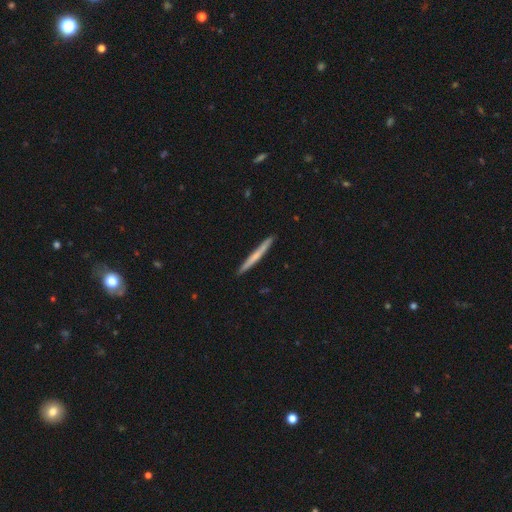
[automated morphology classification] type=smooth (57%); roundness=cigar-shaped (97%); merging=none (92%).